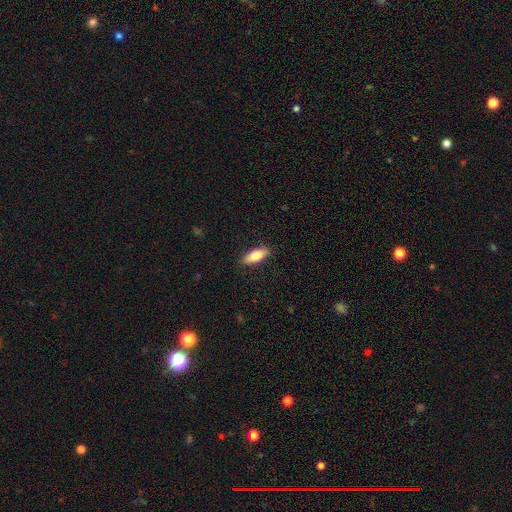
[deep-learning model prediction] Overall: smooth (73%). How rounded: in between (69%). Merging: none (89%).